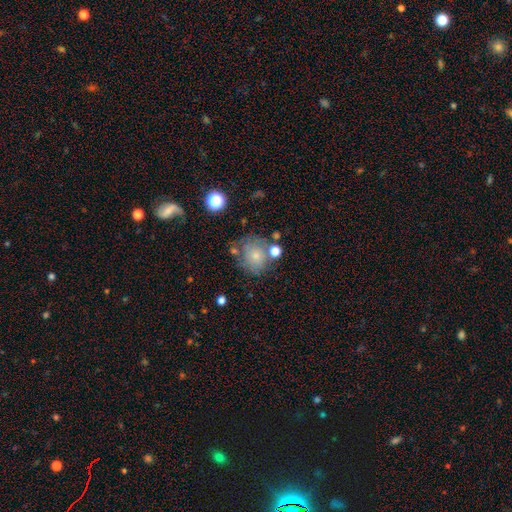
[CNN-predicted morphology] smooth-or-featured: smooth: 72% | featured or disk: 17% | star or artifact: 12%
  how-rounded: round: 80% | in between: 19% | cigar-shaped: 1%
  merging: none: 58% | minor disturbance: 20% | merger: 12% | major disturbance: 10%